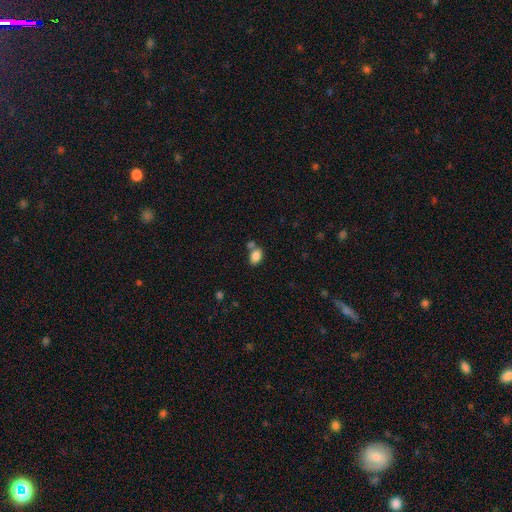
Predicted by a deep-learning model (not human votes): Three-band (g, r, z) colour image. It shows a smooth galaxy with no disk features (85%) that is in between round and cigar-shaped (84%). Merging: none (54%).